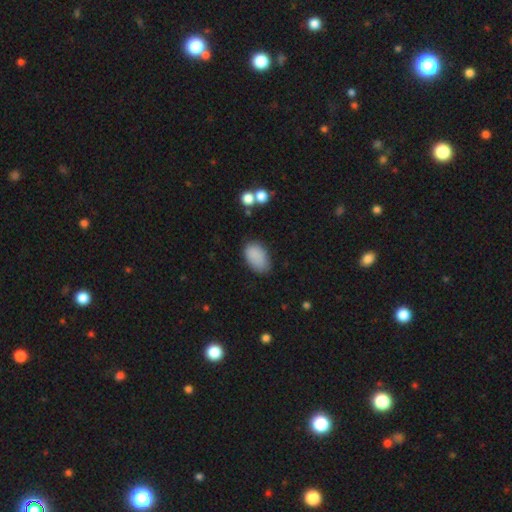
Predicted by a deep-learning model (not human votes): smooth 86%, star or artifact 9%, featured or disk 6%. Down the decision tree: how rounded — in between (91%); merging — none (71%).